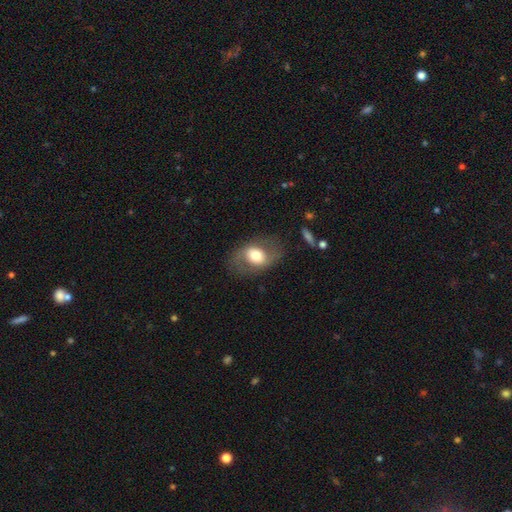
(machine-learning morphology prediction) type=featured or disk (50%); merging=none (71%).